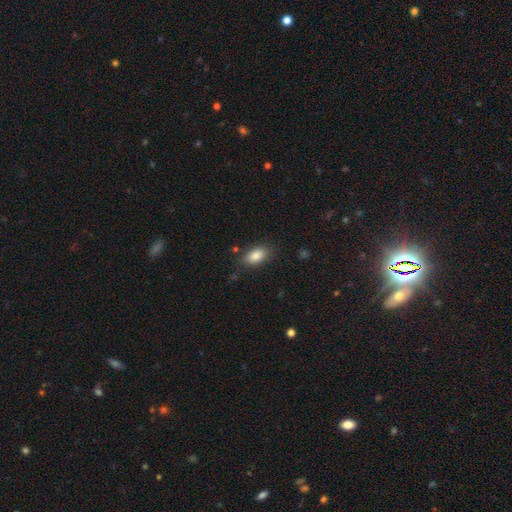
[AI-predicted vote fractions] Smooth or featured?
  - smooth: 86% *
  - star or artifact: 7%
  - featured or disk: 7%
How rounded?
  - in between: 90% *
  - cigar-shaped: 5%
  - round: 5%
Merging?
  - none: 81% *
  - minor disturbance: 13%
  - major disturbance: 4%
  - merger: 2%